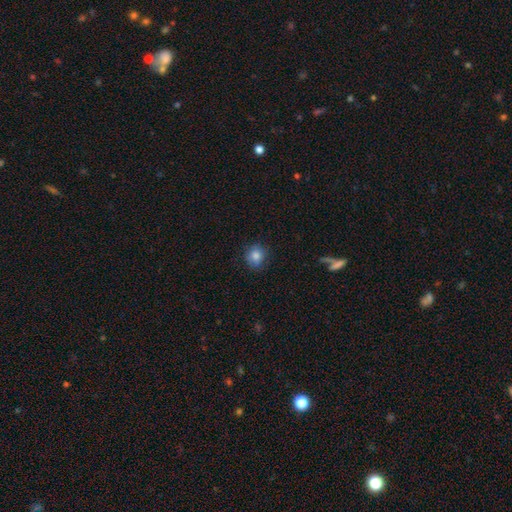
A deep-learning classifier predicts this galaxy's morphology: smooth 83%, star or artifact 11%, featured or disk 7%. Down the decision tree: how rounded — round (81%); merging — none (82%).